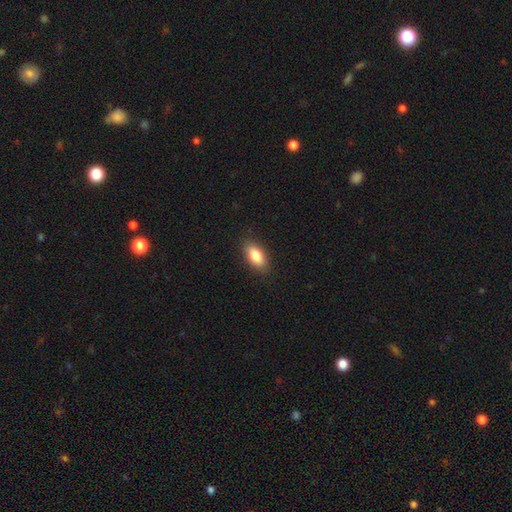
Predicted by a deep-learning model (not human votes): Q: Smooth or featured?
A: smooth (84%); runner-up: featured or disk (10%)
Q: How rounded?
A: in between (88%); runner-up: cigar-shaped (8%)
Q: Merging?
A: none (88%); runner-up: minor disturbance (9%)